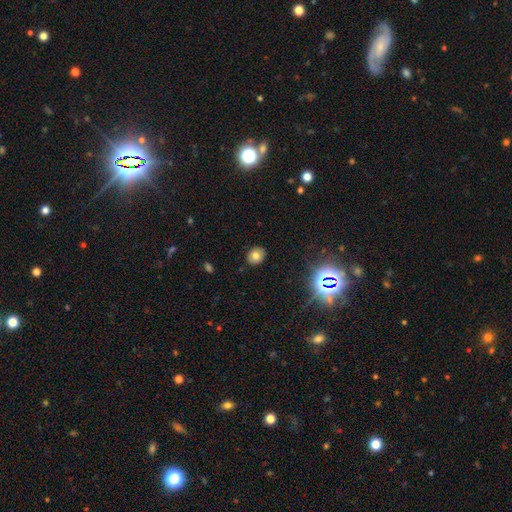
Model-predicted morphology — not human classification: type=smooth (73%); roundness=round (58%); merging=none (88%).